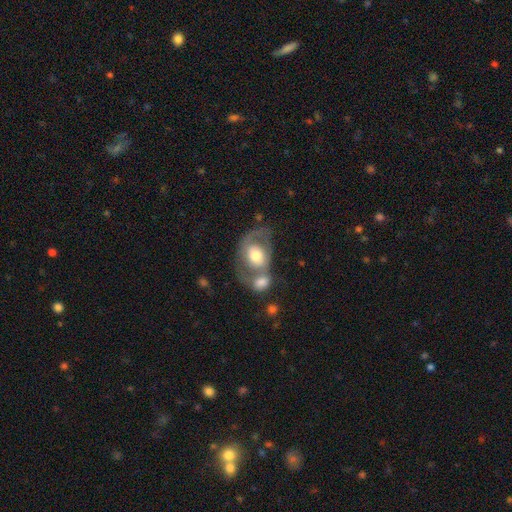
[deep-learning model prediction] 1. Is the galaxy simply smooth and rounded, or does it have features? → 49% featured or disk, 45% smooth, 6% star or artifact.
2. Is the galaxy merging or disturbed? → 42% merger, 31% none, 15% minor disturbance, 13% major disturbance.